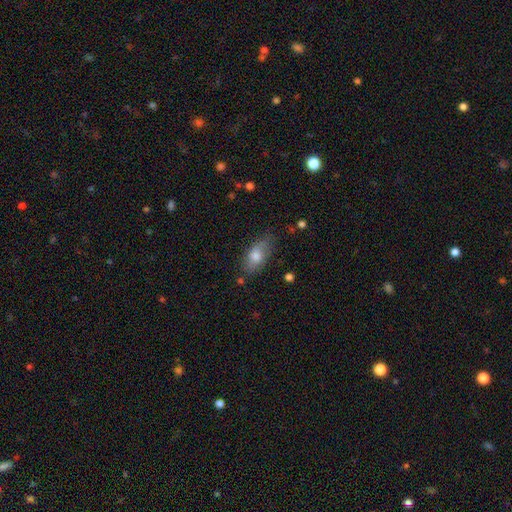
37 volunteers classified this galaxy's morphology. This is likely a smooth galaxy (73%). How rounded: clearly in between (89%). Merging: likely none (65%).